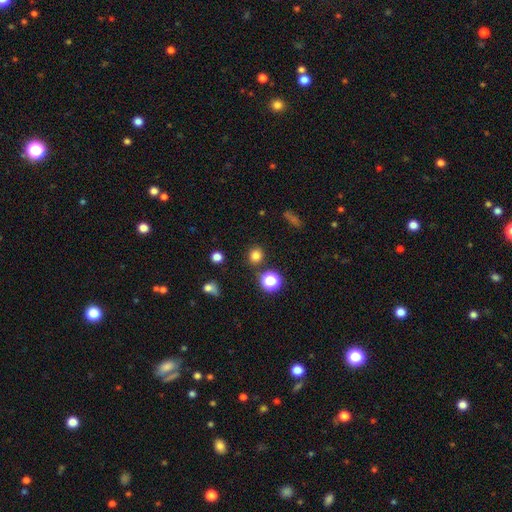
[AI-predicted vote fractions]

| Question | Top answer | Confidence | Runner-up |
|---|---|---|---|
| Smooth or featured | smooth | 79% | star or artifact (17%) |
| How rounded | round | 88% | in between (11%) |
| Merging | none | 85% | minor disturbance (7%) |